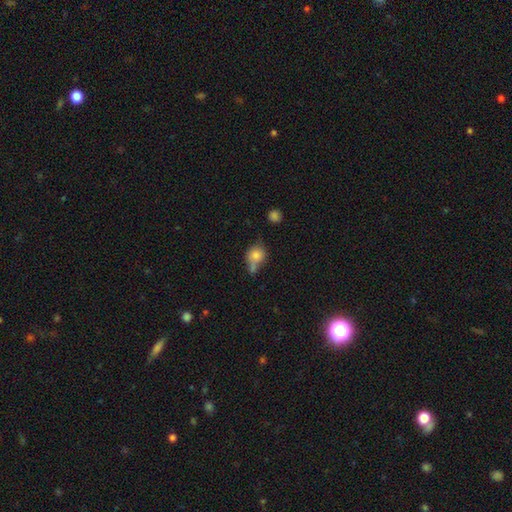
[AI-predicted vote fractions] Smooth or featured? smooth (77%)
How rounded? round (70%)
Merging? none (41%)